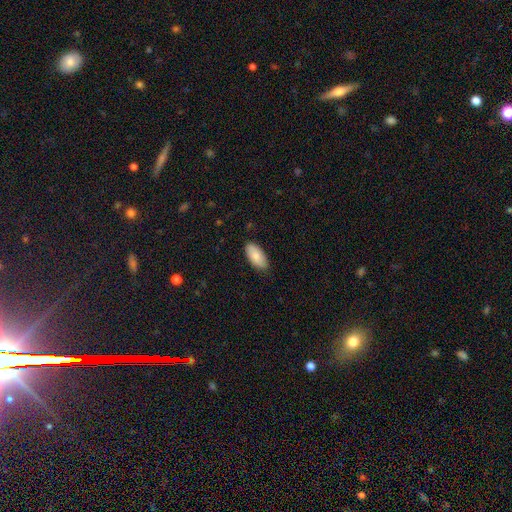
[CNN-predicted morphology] A smooth galaxy with no disk features (84%) that is in between round and cigar-shaped (94%). Merging: none (85%).